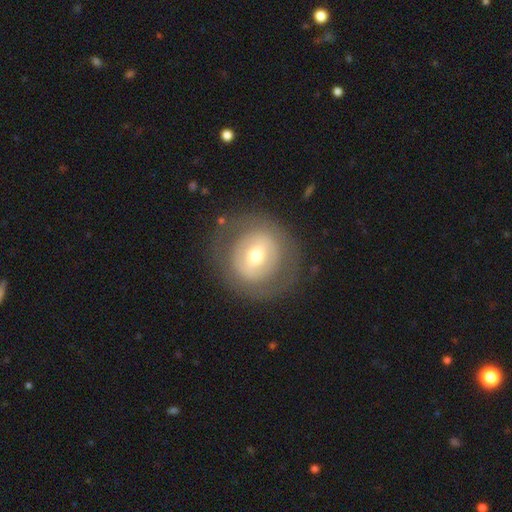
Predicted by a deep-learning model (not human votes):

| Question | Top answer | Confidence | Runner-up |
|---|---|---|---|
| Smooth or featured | featured or disk | 50% | smooth (43%) |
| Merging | none | 81% | minor disturbance (10%) |